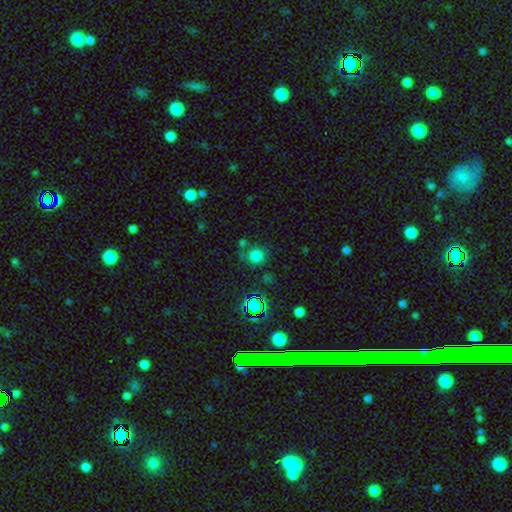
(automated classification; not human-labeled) smooth-or-featured: smooth: 73% | star or artifact: 20% | featured or disk: 7%
  how-rounded: round: 88% | in between: 11% | cigar-shaped: 1%
  merging: none: 65% | minor disturbance: 14% | merger: 14% | major disturbance: 7%